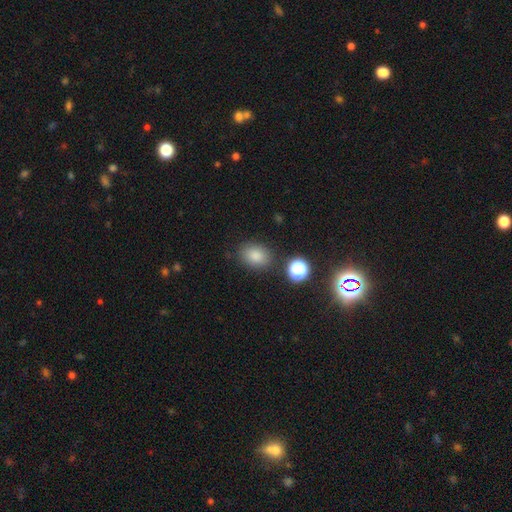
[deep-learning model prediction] A smooth galaxy with no disk features (82%) that is in between round and cigar-shaped (65%).

Vote fractions:
- Smooth or featured? smooth: 82% / star or artifact: 12% / featured or disk: 6%
- How rounded? in between: 65% / round: 34% / cigar-shaped: 1%
- Merging? none: 81% / minor disturbance: 11% / merger: 4% / major disturbance: 3%